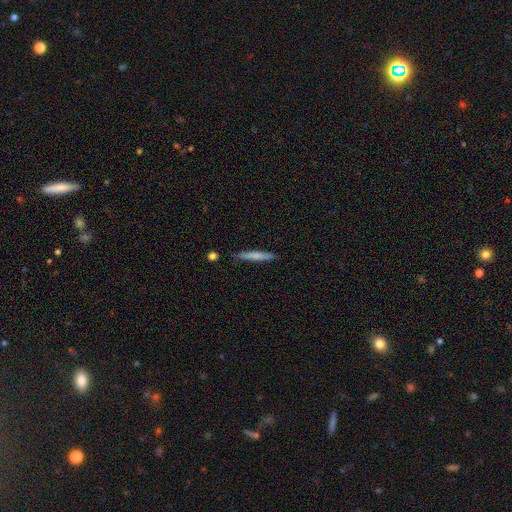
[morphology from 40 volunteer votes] A smooth galaxy with no disk features (80%) that is cigar-shaped (94%). Merging: none (77%).